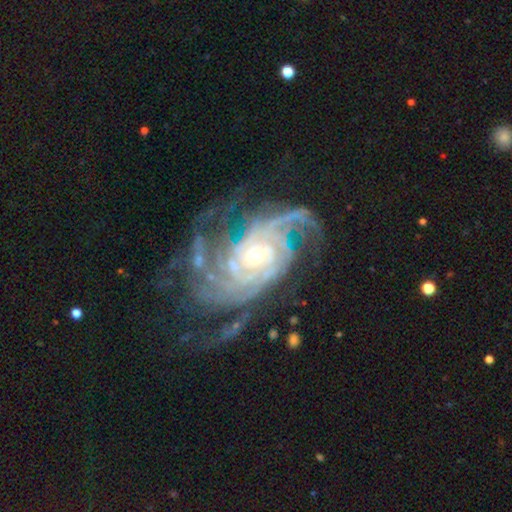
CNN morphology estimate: smooth_or_featured: featured or disk (p=0.93) [alt: star or artifact p=0.05]
disk_edge_on: no (p=0.97) [alt: yes p=0.03]
bar: no (p=0.65) [alt: weak p=0.24]
has_spiral_arms: yes (p=0.98) [alt: no p=0.02]
spiral_winding: tight (p=0.65) [alt: medium p=0.29]
spiral_arm_count: 4 (p=0.28) [alt: 3 p=0.19]
bulge_size: small (p=0.67) [alt: moderate p=0.29]
merging: none (p=0.62) [alt: minor disturbance p=0.19]